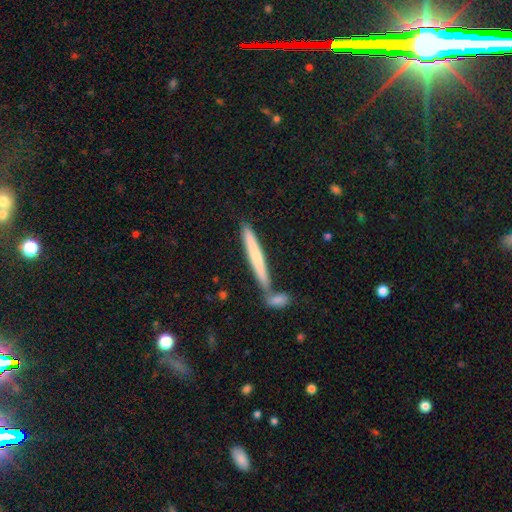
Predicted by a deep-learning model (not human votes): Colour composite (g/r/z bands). It shows a smooth galaxy with no disk features (58%) that is cigar-shaped (95%). Merging: none (69%).